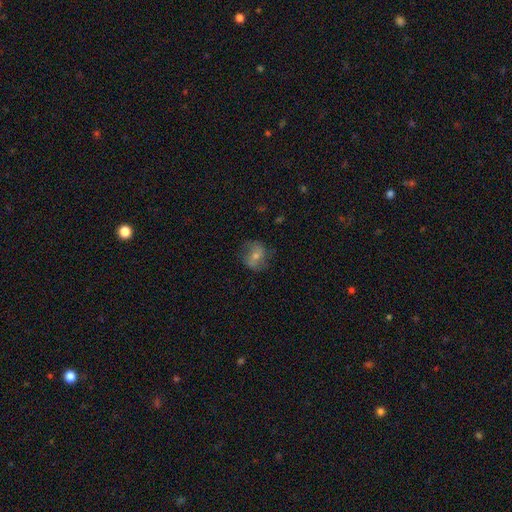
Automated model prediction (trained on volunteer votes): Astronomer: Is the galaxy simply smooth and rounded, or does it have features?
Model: featured or disk — 49% (runner-up: smooth, 38%).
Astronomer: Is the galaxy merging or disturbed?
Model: none — 73%.